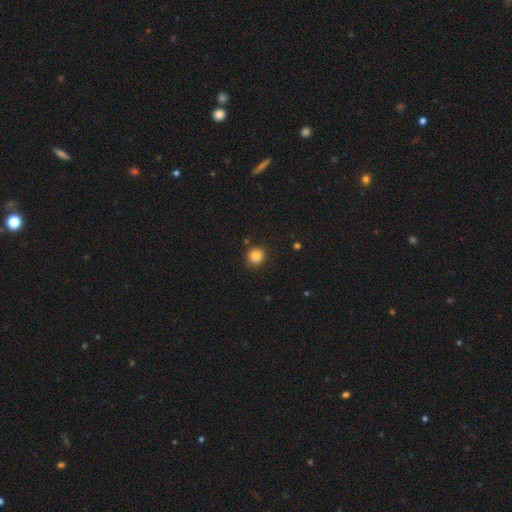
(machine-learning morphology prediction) Smooth or featured?
  - smooth: 84% *
  - star or artifact: 11%
  - featured or disk: 5%
How rounded?
  - round: 92% *
  - in between: 7%
  - cigar-shaped: 1%
Merging?
  - none: 89% *
  - minor disturbance: 8%
  - major disturbance: 2%
  - merger: 2%